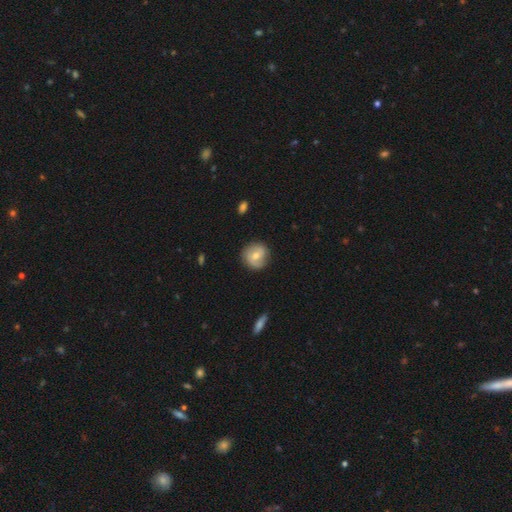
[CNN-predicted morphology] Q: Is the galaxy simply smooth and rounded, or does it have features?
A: smooth — 48%.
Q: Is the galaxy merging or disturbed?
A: none — 81%.